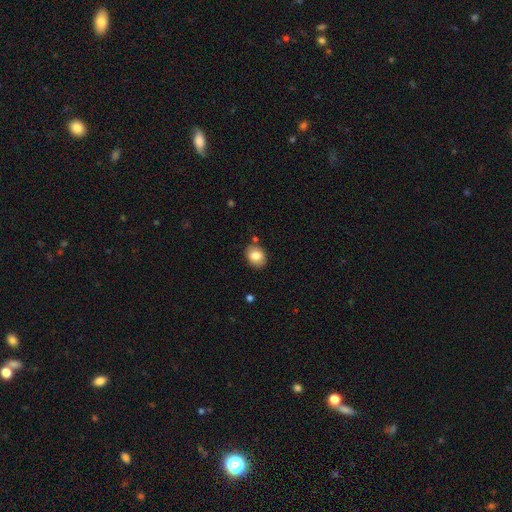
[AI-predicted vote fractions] A smooth galaxy with no disk features (81%) that is in between round and cigar-shaped (57%). Merging: none (81%).